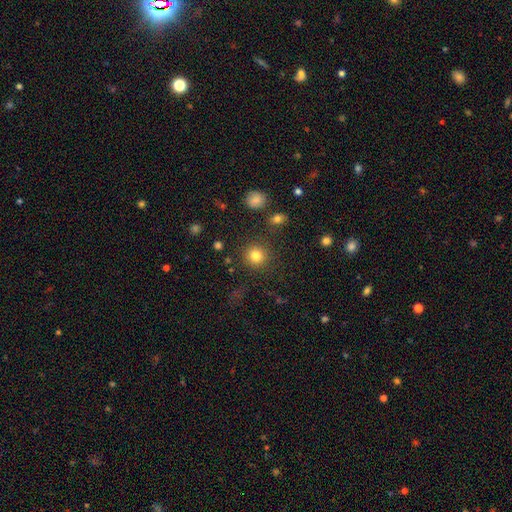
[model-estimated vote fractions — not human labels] A smooth galaxy with no disk features (82%) that is round (93%). Merging: none (87%).